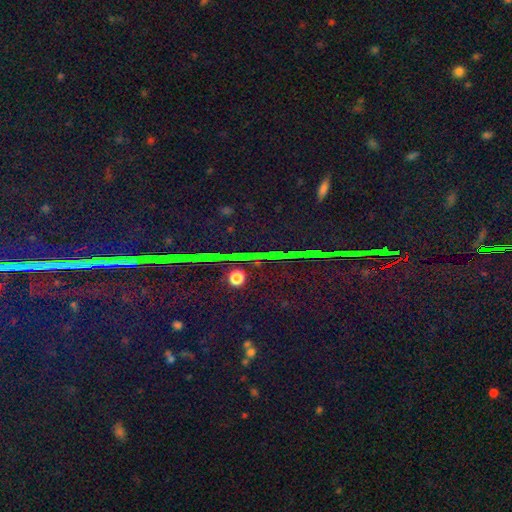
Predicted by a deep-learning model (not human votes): Morphology: type=star or artifact (78%).